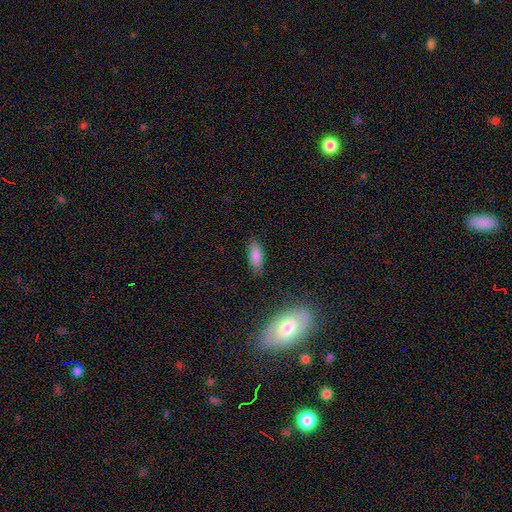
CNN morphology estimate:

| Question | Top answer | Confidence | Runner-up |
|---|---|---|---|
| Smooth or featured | smooth | 84% | featured or disk (9%) |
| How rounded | in between | 71% | cigar-shaped (27%) |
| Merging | none | 82% | minor disturbance (13%) |